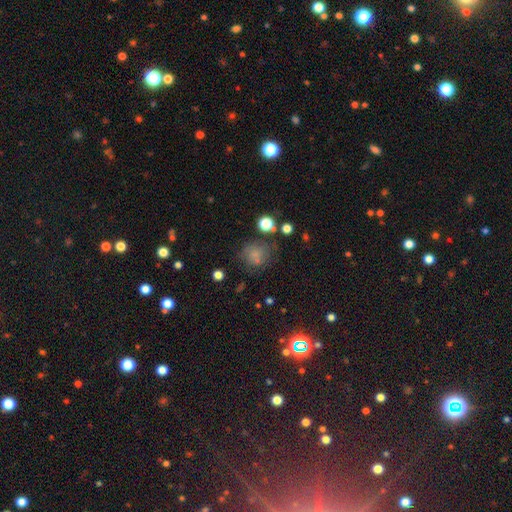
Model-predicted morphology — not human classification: type=smooth (67%); roundness=round (78%); merging=none (57%).